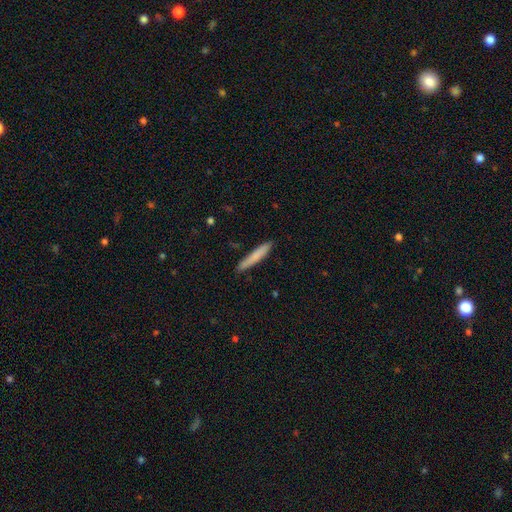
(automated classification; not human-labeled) Q: Smooth or featured?
A: smooth (77%); runner-up: featured or disk (18%)
Q: How rounded?
A: cigar-shaped (95%); runner-up: in between (4%)
Q: Merging?
A: none (88%); runner-up: minor disturbance (9%)